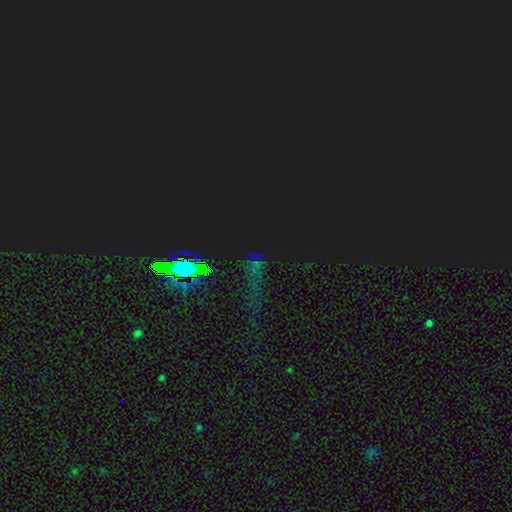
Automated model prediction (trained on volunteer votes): Smooth or featured?
  - star or artifact: 82% *
  - smooth: 10%
  - featured or disk: 8%